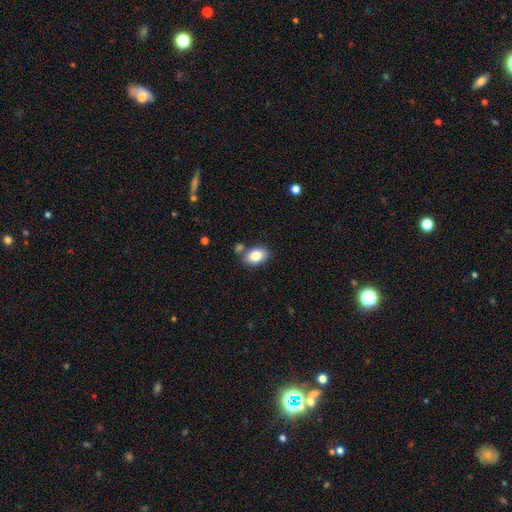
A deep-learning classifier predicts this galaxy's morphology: Overall: smooth (84%). How rounded: in between (85%). Merging: none (73%).